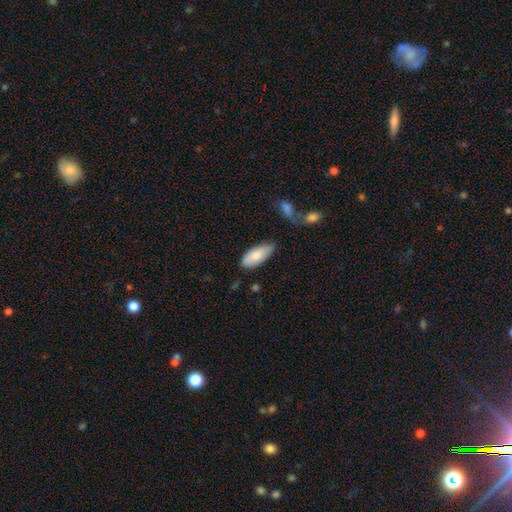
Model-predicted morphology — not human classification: Smooth or featured? smooth (80%)
How rounded? in between (85%)
Merging? none (75%)